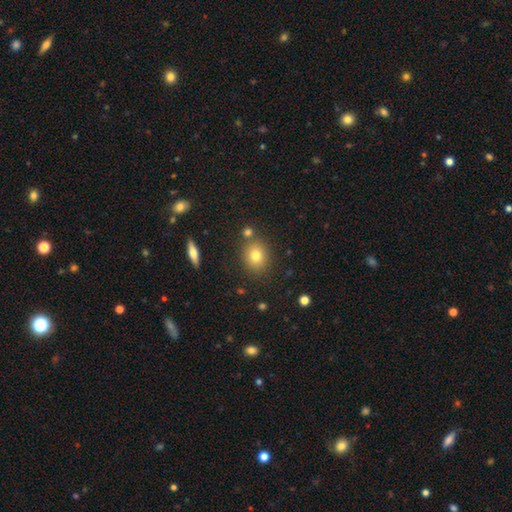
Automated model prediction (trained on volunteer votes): smooth_or_featured: smooth (p=0.76) [alt: star or artifact p=0.12]
how_rounded: round (p=0.64) [alt: in between p=0.34]
merging: none (p=0.79) [alt: minor disturbance p=0.10]